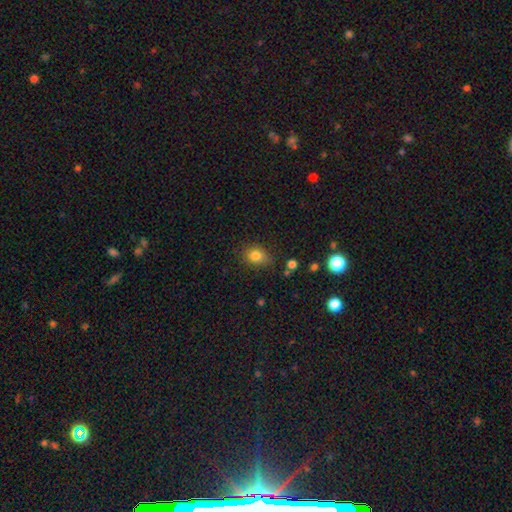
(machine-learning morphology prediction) smooth 82%, star or artifact 12%, featured or disk 7%. Down the decision tree: how rounded — in between (50%); merging — none (76%).